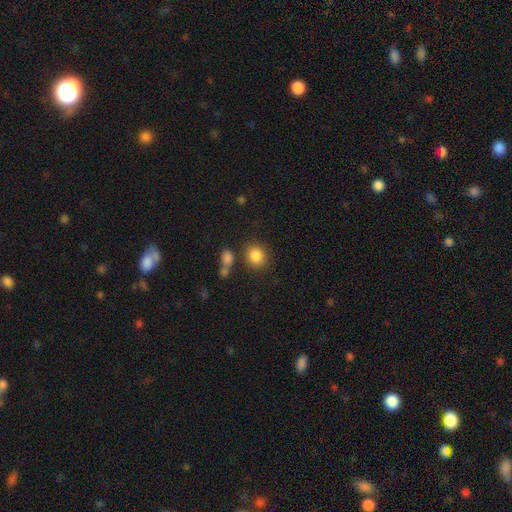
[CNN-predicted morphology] The model was most divided on "how rounded": round: 75%, in between: 24%, cigar-shaped: 1%. More confident: smooth or featured — smooth (86%); merging — none (75%).